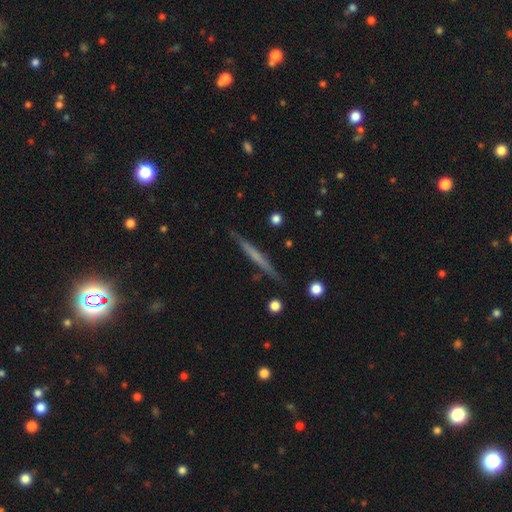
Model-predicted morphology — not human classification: Overall: featured or disk (55%; smooth 39%). Edge-on disk: yes (97%). Edge-on bulge: none (81%). Merging: none (89%).